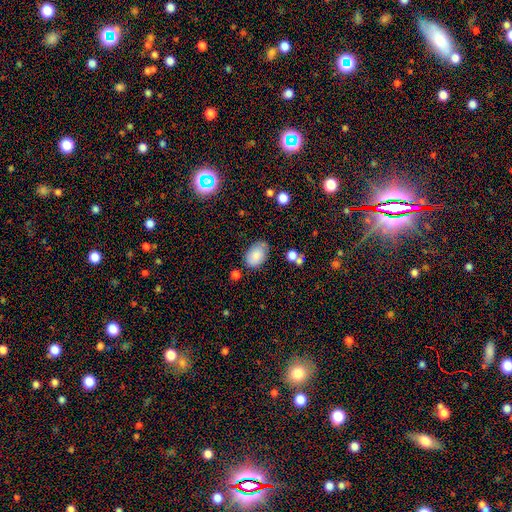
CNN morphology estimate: This appears to be a smooth galaxy with no disk features (81%) that is in between round and cigar-shaped (85%). Merging: none (68%).